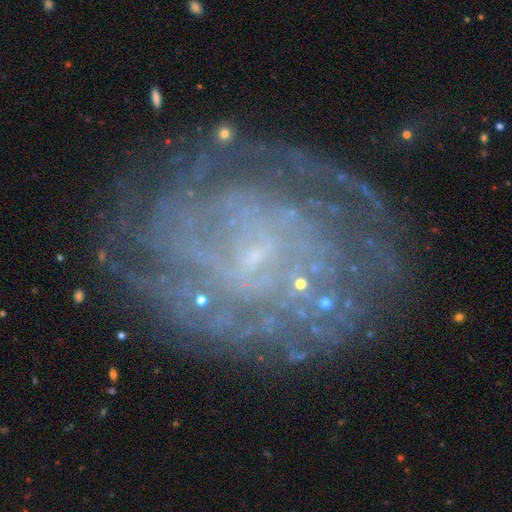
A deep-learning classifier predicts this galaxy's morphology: Smooth or featured? featured or disk (80%)
Edge-on disk? no (97%)
Bar? no (54%)
Spiral arms? yes (86%)
Spiral winding? tight (71%)
Spiral arm count? can't tell (48%)
Bulge size? small (74%)
Merging? none (74%)